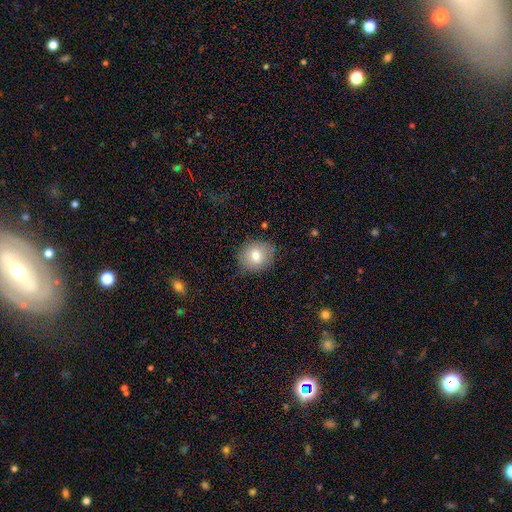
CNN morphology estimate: A smooth galaxy with no disk features (77%) that is round (68%). Merging: none (77%).